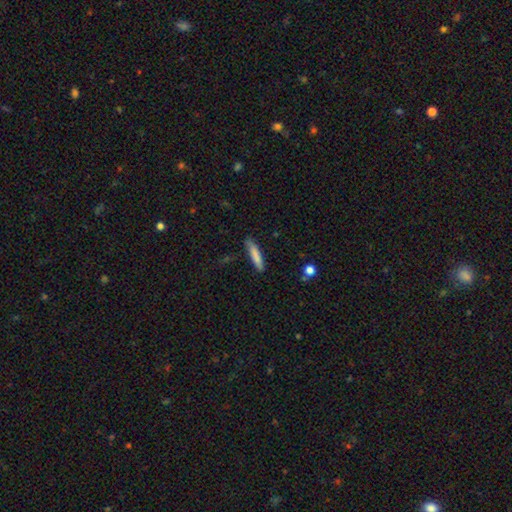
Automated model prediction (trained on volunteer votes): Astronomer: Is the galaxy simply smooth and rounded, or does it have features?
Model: smooth — 80%.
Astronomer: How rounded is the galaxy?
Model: cigar-shaped — 88%.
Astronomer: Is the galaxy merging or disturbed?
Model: none — 81%.